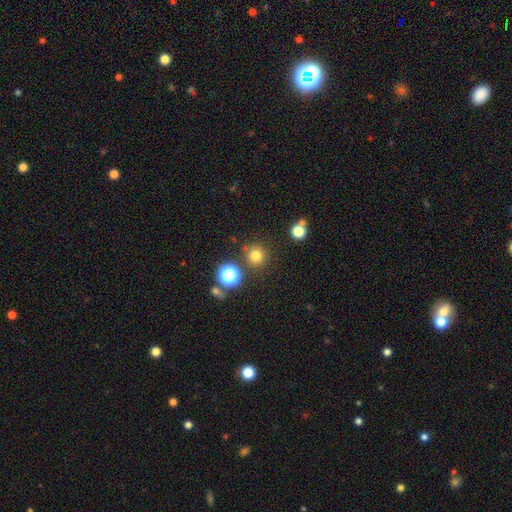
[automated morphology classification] Smooth or featured: smooth — 76% (star or artifact — 18%)
How rounded: round — 94% (in between — 5%)
Merging: none — 84% (minor disturbance — 8%)